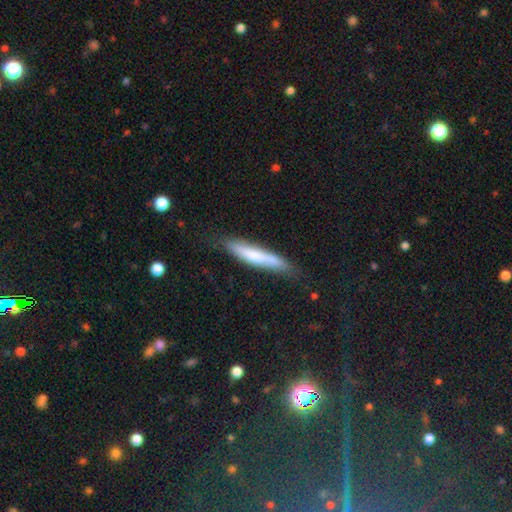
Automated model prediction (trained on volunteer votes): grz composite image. It shows a smooth galaxy with no disk features (68%) that is cigar-shaped (90%). Merging: none (74%).